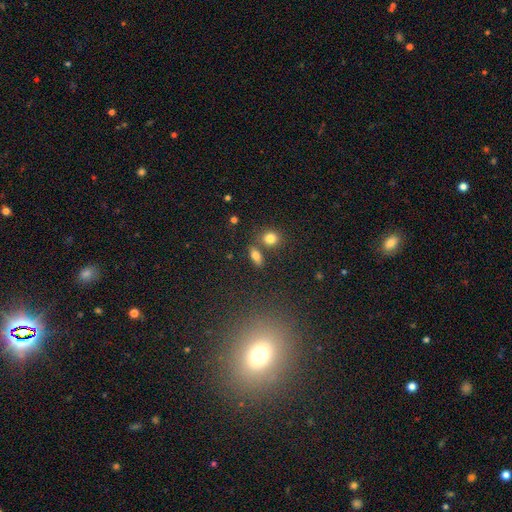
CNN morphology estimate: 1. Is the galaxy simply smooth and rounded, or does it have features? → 80% smooth, 11% star or artifact, 10% featured or disk.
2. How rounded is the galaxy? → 74% in between, 18% round, 8% cigar-shaped.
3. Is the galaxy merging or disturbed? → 67% none, 18% merger, 11% minor disturbance, 4% major disturbance.